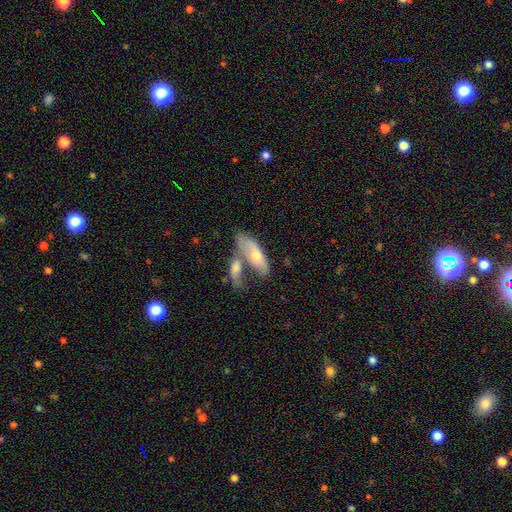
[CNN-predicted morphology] This is possibly a smooth galaxy (51%). How rounded: likely in between (69%). Merging: possibly merger (53%).